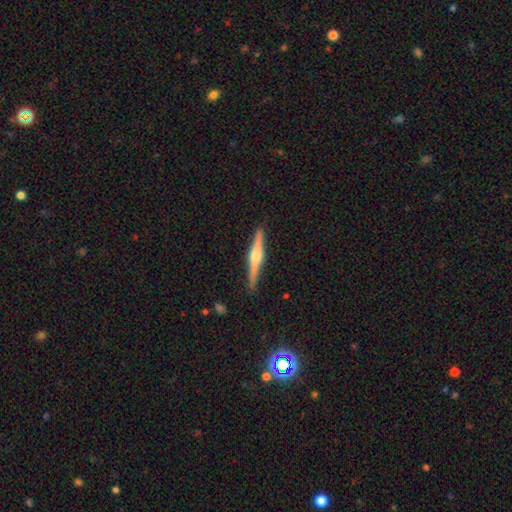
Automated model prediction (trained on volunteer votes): This appears to be a featured or disk galaxy (77%) viewed edge-on (98%) with a rounded central bulge (88%). Merging: none (90%).